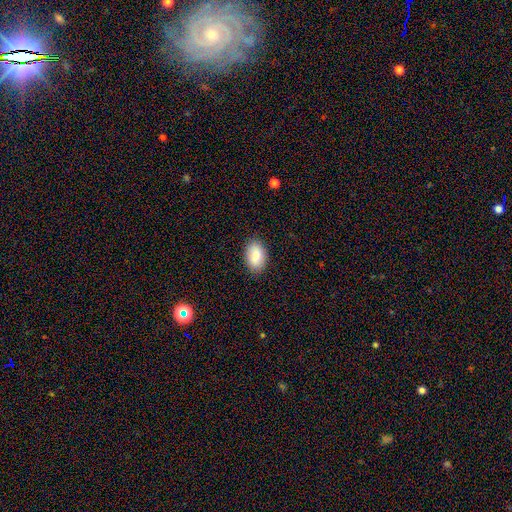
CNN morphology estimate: Overall: smooth (87%). How rounded: in between (92%). Merging: none (88%).